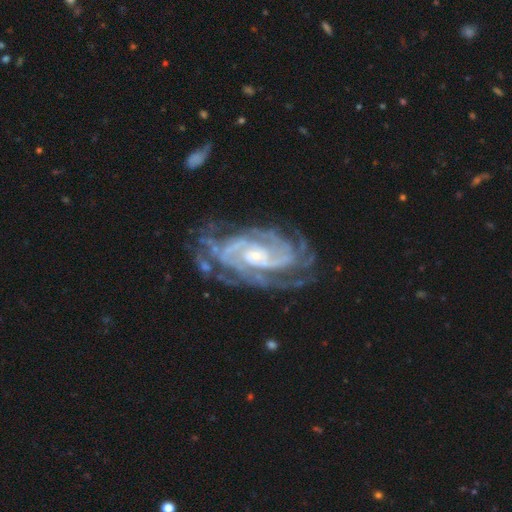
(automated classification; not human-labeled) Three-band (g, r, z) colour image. It shows a featured or disk galaxy (90%) with no bar (60%), 2 (26%) tight (68%) spiral arms (98%) and a small central bulge (65%). Merging: none (68%).